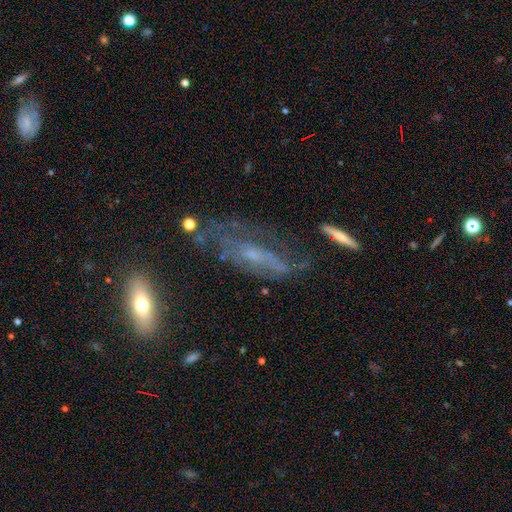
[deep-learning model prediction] Smooth or featured? featured or disk (64%)
Edge-on disk? no (82%)
Bar? no (65%)
Spiral arms? yes (59%)
Bulge size? small (57%)
Merging? none (42%)